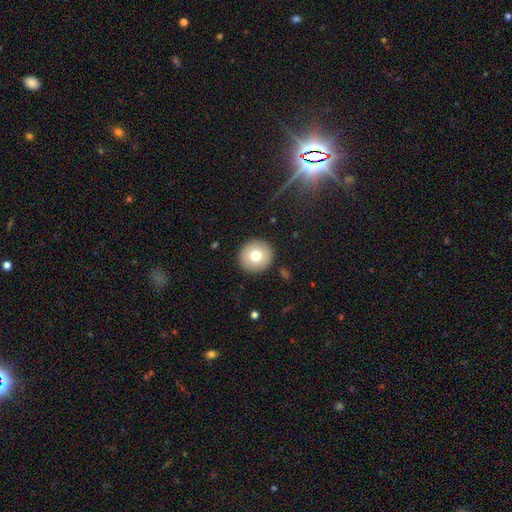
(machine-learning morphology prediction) Smooth or featured?
  - smooth: 74% *
  - featured or disk: 17%
  - star or artifact: 9%
How rounded?
  - round: 94% *
  - in between: 5%
  - cigar-shaped: 1%
Merging?
  - none: 92% *
  - minor disturbance: 5%
  - major disturbance: 2%
  - merger: 1%